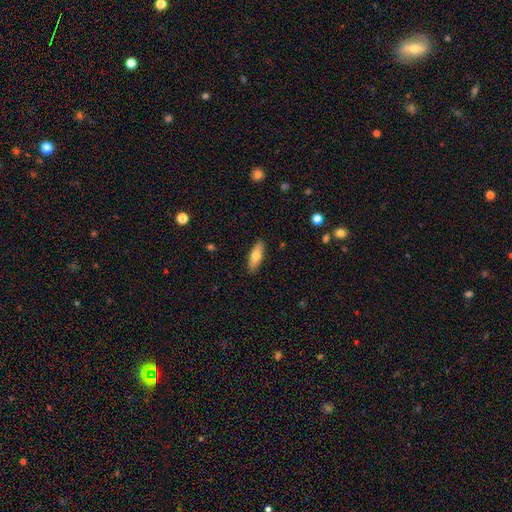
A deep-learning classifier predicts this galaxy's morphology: This appears to be a smooth galaxy with no disk features (71%) that is in between round and cigar-shaped (58%). Merging: none (88%).